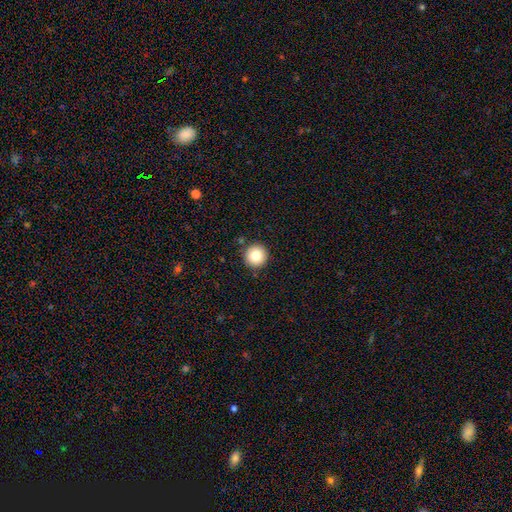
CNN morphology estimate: This is clearly a smooth galaxy (81%). How rounded: clearly round (96%). Merging: clearly none (90%).